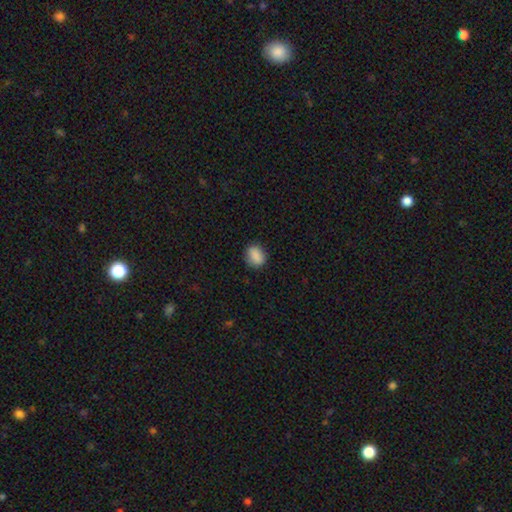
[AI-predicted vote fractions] smooth 88%, star or artifact 8%, featured or disk 4%. Down the decision tree: how rounded — in between (54%); merging — none (82%).